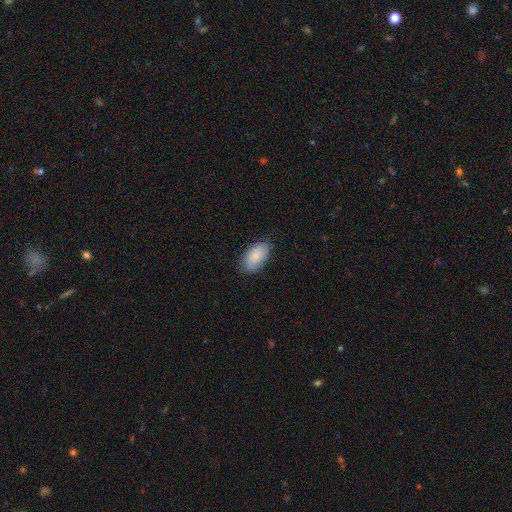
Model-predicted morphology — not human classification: Overall: smooth (84%). How rounded: in between (95%). Merging: none (77%).